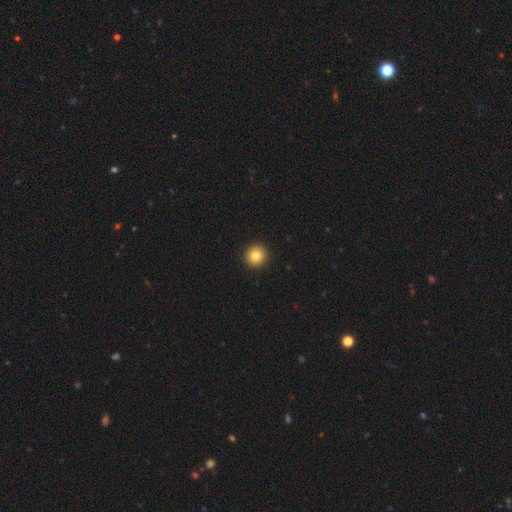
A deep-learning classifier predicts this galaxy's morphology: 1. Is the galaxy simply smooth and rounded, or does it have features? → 82% smooth, 10% star or artifact, 8% featured or disk.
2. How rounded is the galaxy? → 95% round, 4% in between, 1% cigar-shaped.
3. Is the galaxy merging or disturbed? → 94% none, 4% minor disturbance, 1% major disturbance, 1% merger.